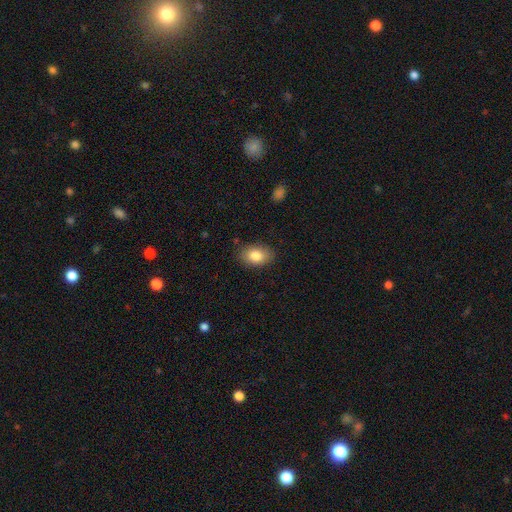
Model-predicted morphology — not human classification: A smooth galaxy with no disk features (83%) that is in between round and cigar-shaped (86%). Merging: none (85%).